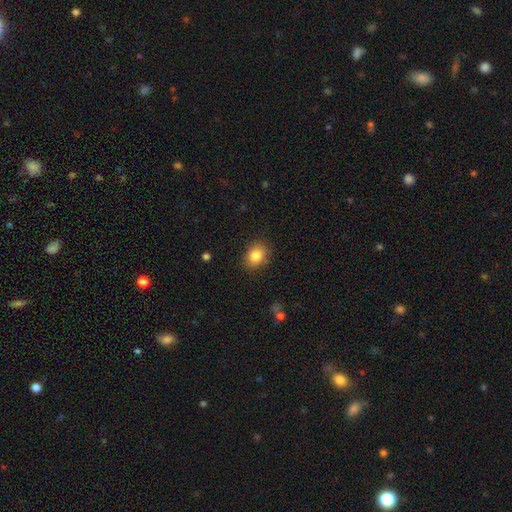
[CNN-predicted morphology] smooth 85%, star or artifact 9%, featured or disk 6%. Down the decision tree: how rounded — in between (54%); merging — none (85%).